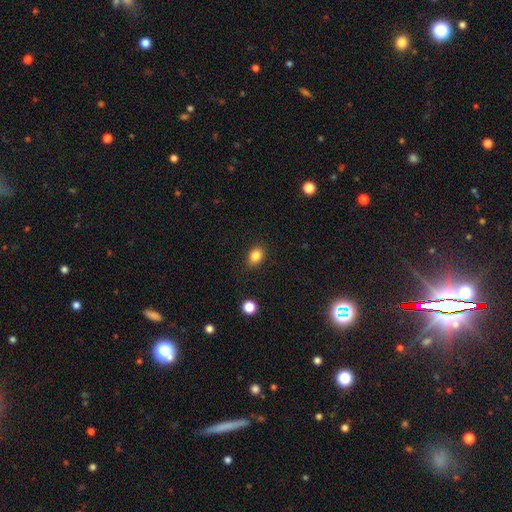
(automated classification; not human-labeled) Smooth or featured? smooth (84%)
How rounded? in between (67%)
Merging? none (87%)